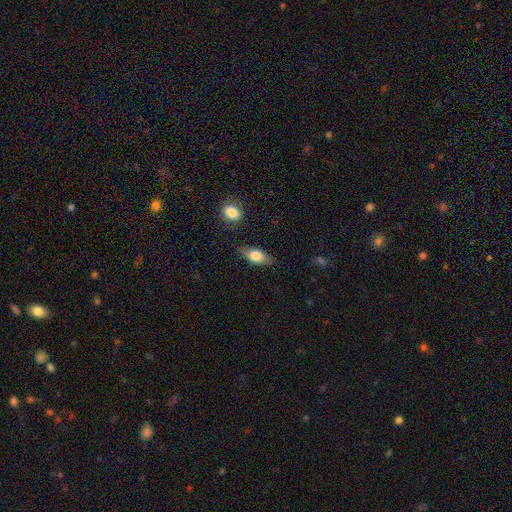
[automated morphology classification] This is likely a smooth galaxy (72%). How rounded: clearly in between (81%). Merging: likely none (78%).